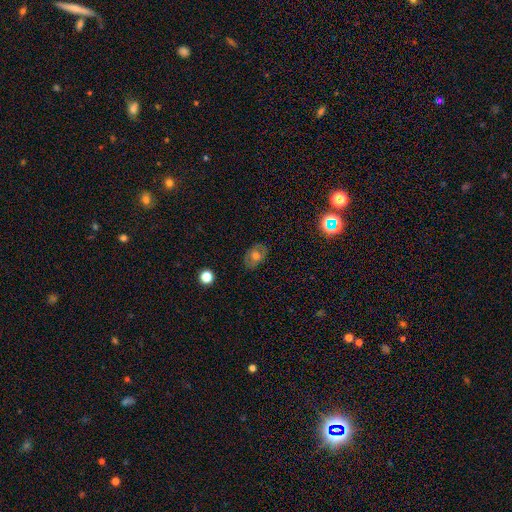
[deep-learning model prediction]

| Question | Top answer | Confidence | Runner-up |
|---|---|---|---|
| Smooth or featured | smooth | 55% | featured or disk (31%) |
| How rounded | in between | 73% | round (26%) |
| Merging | none | 81% | minor disturbance (14%) |